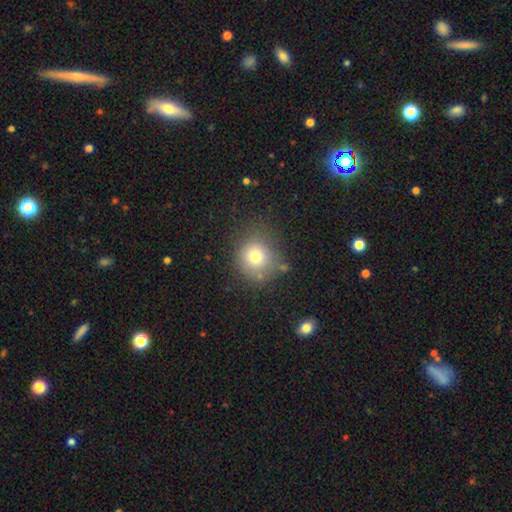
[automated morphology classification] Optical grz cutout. It shows a smooth galaxy with no disk features (75%) that is round (86%). Merging: none (70%).